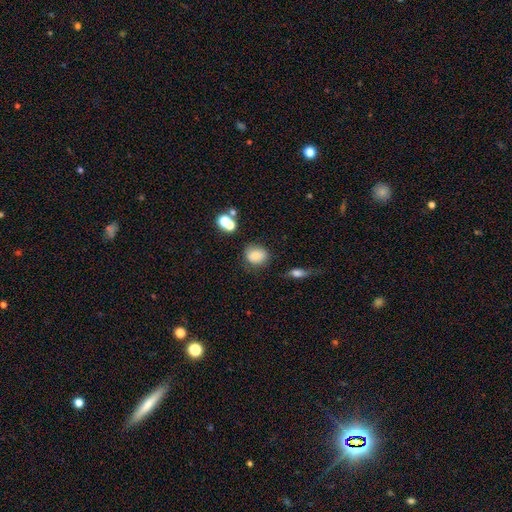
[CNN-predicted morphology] Smooth or featured? Predicted: smooth (p=0.79). How rounded? Predicted: round (p=0.61). Merging? Predicted: none (p=0.70).